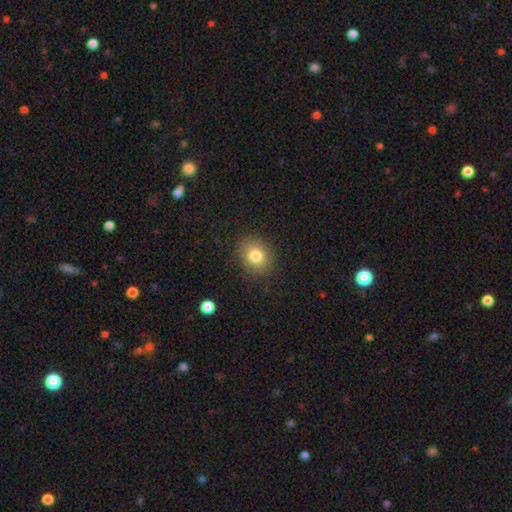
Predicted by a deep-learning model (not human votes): smooth 80%, star or artifact 11%, featured or disk 9%. Down the decision tree: how rounded — round (55%); merging — none (87%).